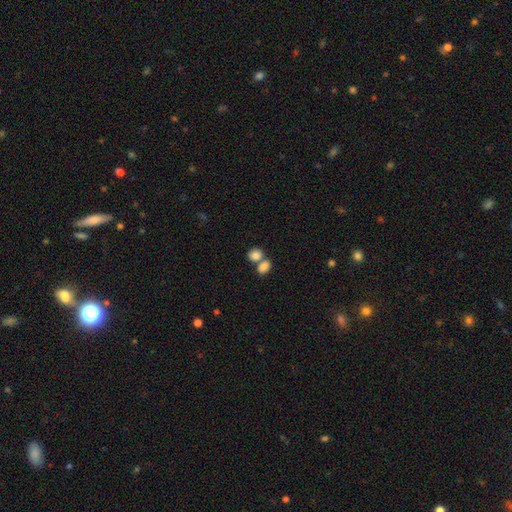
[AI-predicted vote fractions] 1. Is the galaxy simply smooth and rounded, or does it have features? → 84% smooth, 8% star or artifact, 7% featured or disk.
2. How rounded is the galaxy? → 60% in between, 38% round, 1% cigar-shaped.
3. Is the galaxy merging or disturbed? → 52% merger, 37% none, 8% minor disturbance, 3% major disturbance.